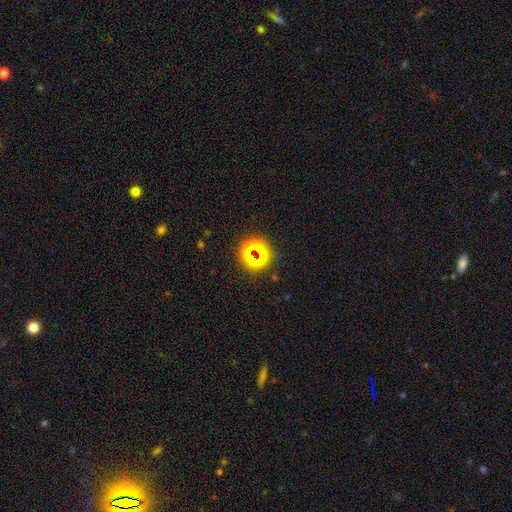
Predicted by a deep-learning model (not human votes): Q: Smooth or featured?
A: star or artifact (58%); runner-up: smooth (32%)